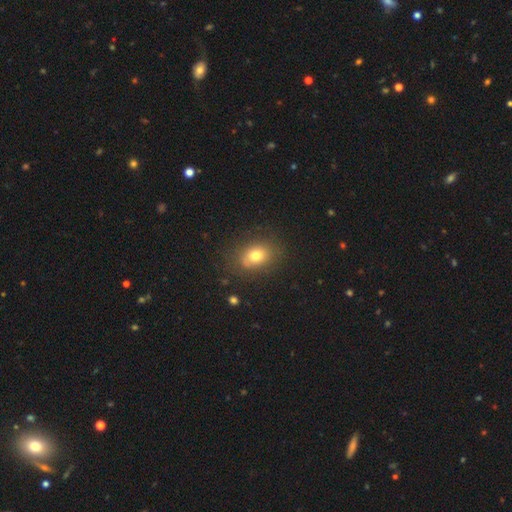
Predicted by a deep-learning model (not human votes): A smooth galaxy with no disk features (73%) that is in between round and cigar-shaped (66%).

Vote fractions:
- Smooth or featured? smooth: 73% / featured or disk: 16% / star or artifact: 11%
- How rounded? in between: 66% / round: 33% / cigar-shaped: 1%
- Merging? none: 78% / minor disturbance: 15% / major disturbance: 6% / merger: 2%